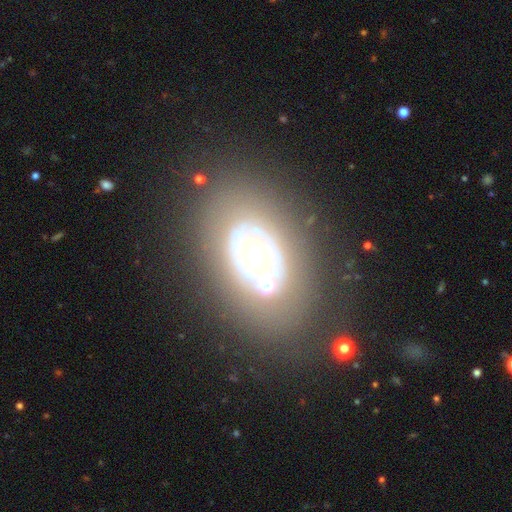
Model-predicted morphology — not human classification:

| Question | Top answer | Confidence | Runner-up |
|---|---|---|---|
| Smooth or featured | featured or disk | 67% | smooth (26%) |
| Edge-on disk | no | 92% | yes (8%) |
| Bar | no | 88% | weak (8%) |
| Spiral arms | no | 85% | yes (15%) |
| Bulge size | moderate | 61% | large (26%) |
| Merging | none | 71% | minor disturbance (14%) |